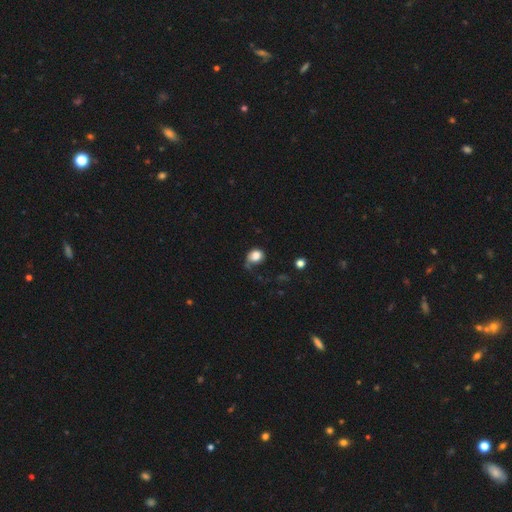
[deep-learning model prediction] A smooth galaxy with no disk features (80%) that is round (59%).

Vote fractions:
- Smooth or featured? smooth: 80% / featured or disk: 11% / star or artifact: 9%
- How rounded? round: 59% / in between: 40% / cigar-shaped: 1%
- Merging? none: 34% / major disturbance: 31% / minor disturbance: 30% / merger: 5%